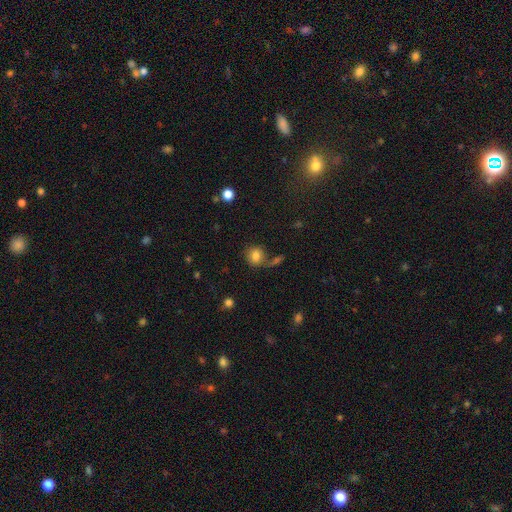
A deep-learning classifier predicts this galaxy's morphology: Smooth or featured: smooth — 80% (star or artifact — 11%)
How rounded: round — 74% (in between — 25%)
Merging: none — 62% (merger — 17%)